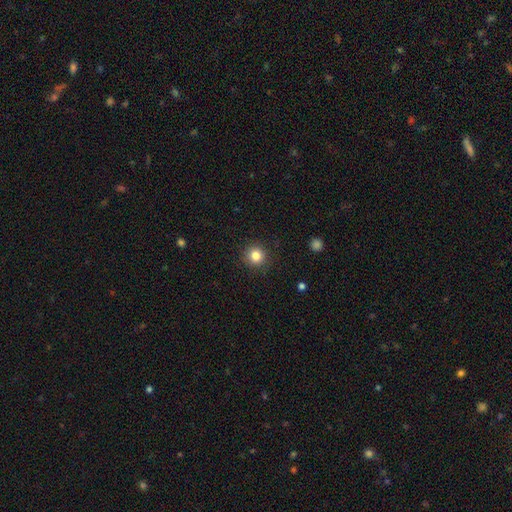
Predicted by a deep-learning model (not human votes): The model was most divided on "smooth or featured": smooth: 83%, star or artifact: 11%, featured or disk: 6%. More confident: how rounded — round (94%); merging — none (91%).